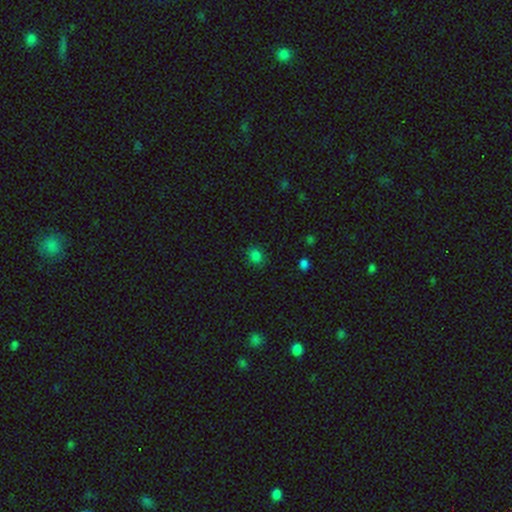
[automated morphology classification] This is likely a smooth galaxy (80%). How rounded: likely round (61%). Merging: clearly none (84%).